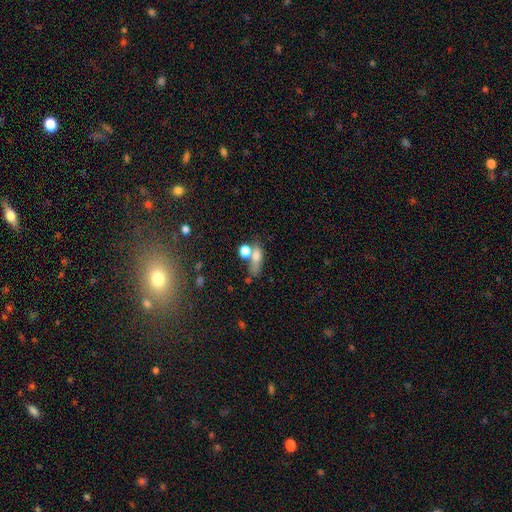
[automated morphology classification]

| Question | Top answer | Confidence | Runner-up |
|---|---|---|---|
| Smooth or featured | smooth | 70% | featured or disk (17%) |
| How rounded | in between | 58% | cigar-shaped (23%) |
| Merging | none | 37% | tied: merger (37%) |